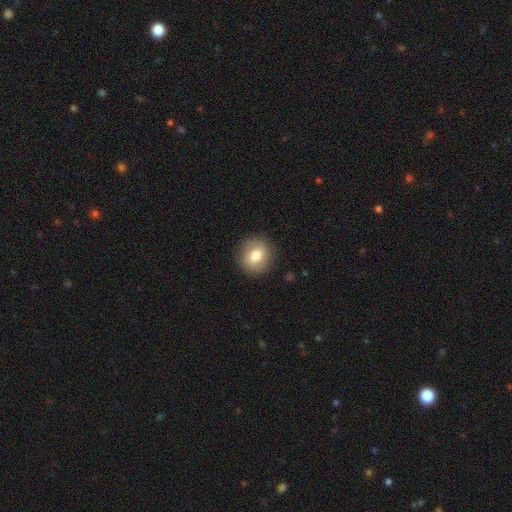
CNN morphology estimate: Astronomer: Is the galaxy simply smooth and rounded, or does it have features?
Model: smooth — 79%.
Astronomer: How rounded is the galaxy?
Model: round — 85%.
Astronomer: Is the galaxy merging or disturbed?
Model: none — 89%.